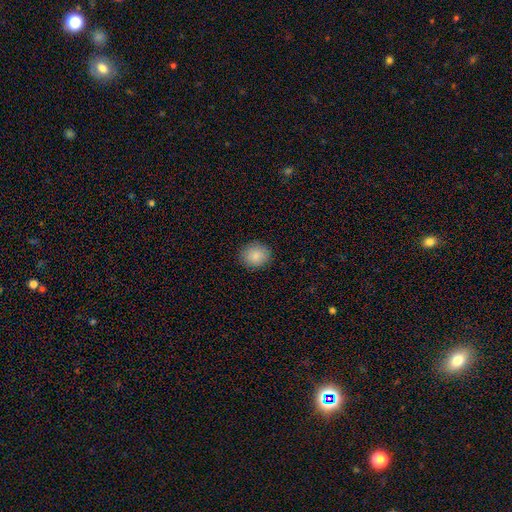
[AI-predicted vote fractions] smooth_or_featured: smooth (p=0.87) [alt: star or artifact p=0.08]
how_rounded: round (p=0.74) [alt: in between p=0.25]
merging: none (p=0.89) [alt: minor disturbance p=0.08]